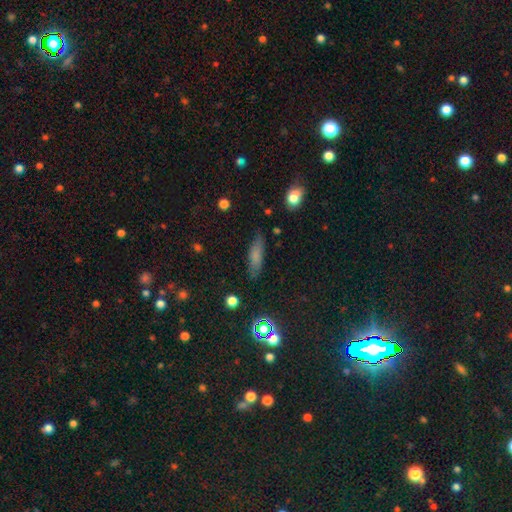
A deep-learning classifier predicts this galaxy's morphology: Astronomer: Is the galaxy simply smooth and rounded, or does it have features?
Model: smooth — 70%.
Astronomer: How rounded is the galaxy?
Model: cigar-shaped — 57% (runner-up: in between, 40%).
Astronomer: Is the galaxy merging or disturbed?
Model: none — 78%.